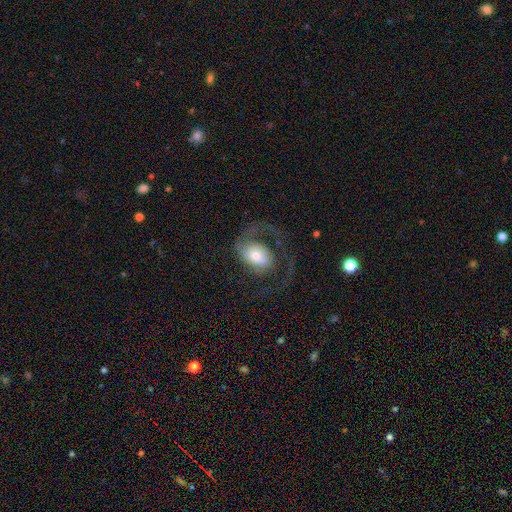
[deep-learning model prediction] Smooth or featured? featured or disk (68%)
Edge-on disk? no (97%)
Bar? no (64%)
Spiral arms? yes (86%)
Spiral winding? loose (44%)
Spiral arm count? 2 (44%, tied with 1)
Bulge size? moderate (52%)
Merging? major disturbance (43%)